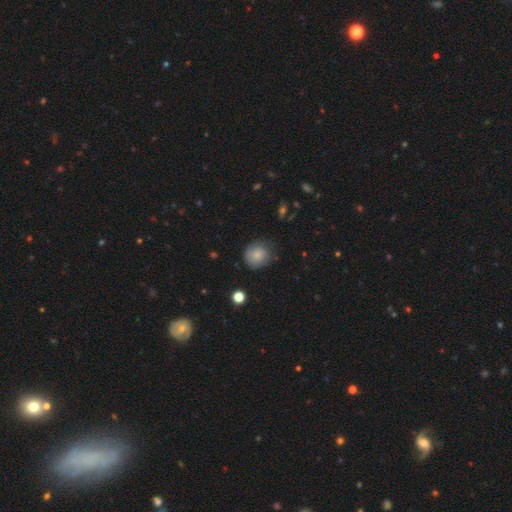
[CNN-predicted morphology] This is clearly a smooth galaxy (80%). How rounded: clearly round (80%). Merging: likely none (70%).